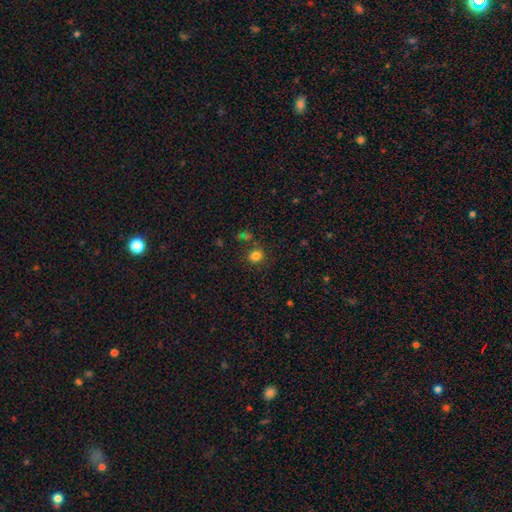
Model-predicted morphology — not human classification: Overall: smooth (80%). How rounded: round (80%). Merging: none (81%).